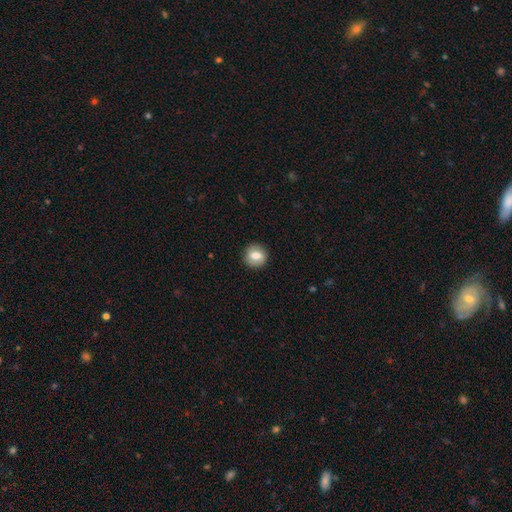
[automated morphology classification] type=smooth (71%); roundness=round (85%); merging=none (88%).